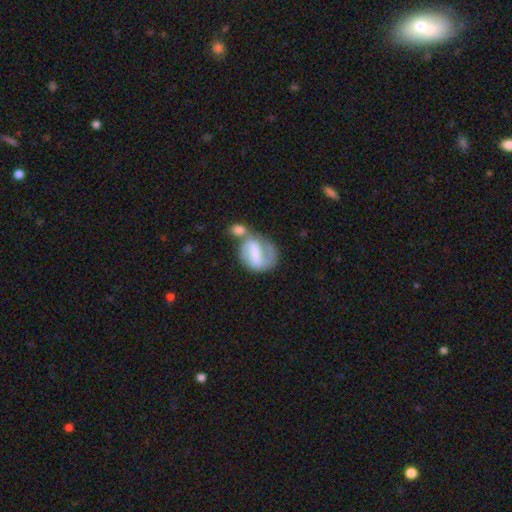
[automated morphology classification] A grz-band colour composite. It shows a featured or disk galaxy (59%) with a strong bar (46%), spiral arms (71%) and a moderate central bulge (33%). Merging: merger (39%).